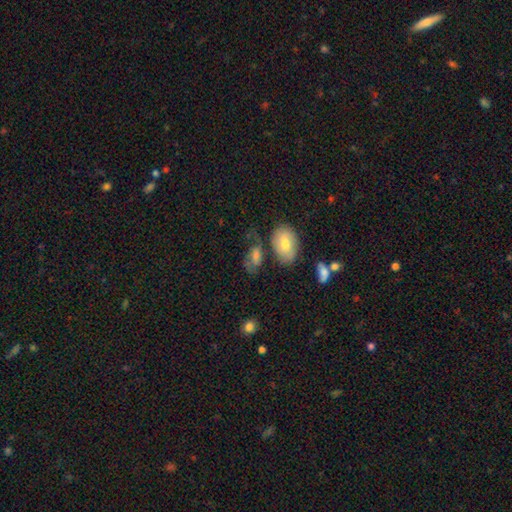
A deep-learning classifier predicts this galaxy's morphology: Smooth or featured? Predicted: smooth (p=0.54). How rounded? Predicted: in between (p=0.84). Merging? Predicted: none (p=0.48).